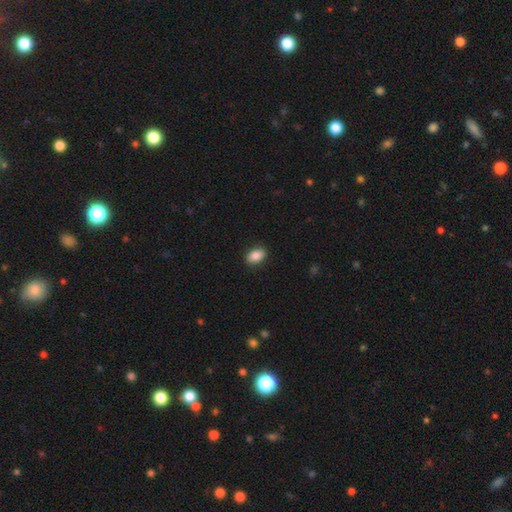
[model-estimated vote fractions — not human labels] A smooth galaxy with no disk features (88%) that is in between round and cigar-shaped (87%). Merging: none (89%).